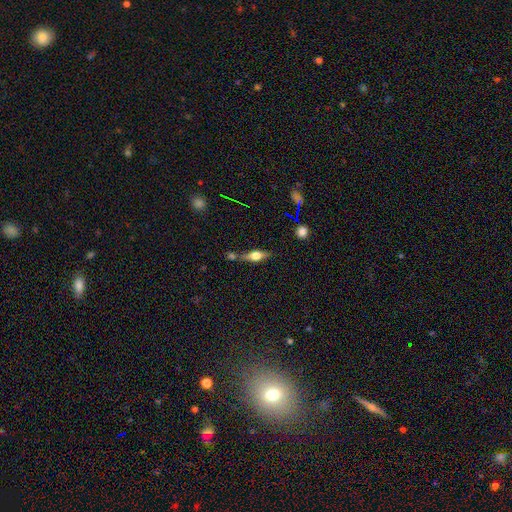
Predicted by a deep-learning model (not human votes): Smooth or featured?
  - featured or disk: 51% *
  - smooth: 39%
  - star or artifact: 10%
Edge-on disk?
  - yes: 90% *
  - no: 10%
Merging?
  - none: 60% *
  - merger: 19%
  - minor disturbance: 16%
  - major disturbance: 5%